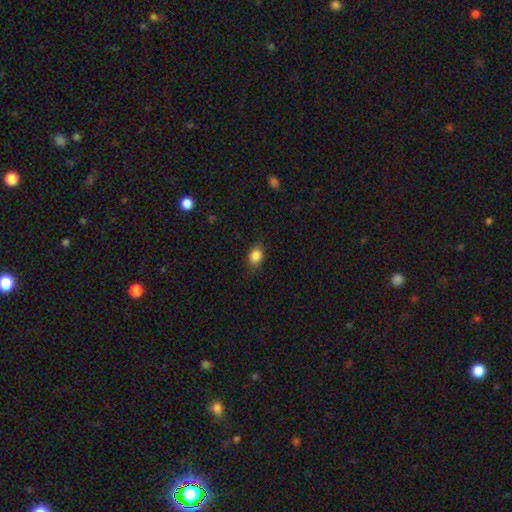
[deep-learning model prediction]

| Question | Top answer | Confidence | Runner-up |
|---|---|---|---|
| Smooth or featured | smooth | 86% | star or artifact (10%) |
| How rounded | in between | 57% | round (42%) |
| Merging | none | 82% | minor disturbance (14%) |